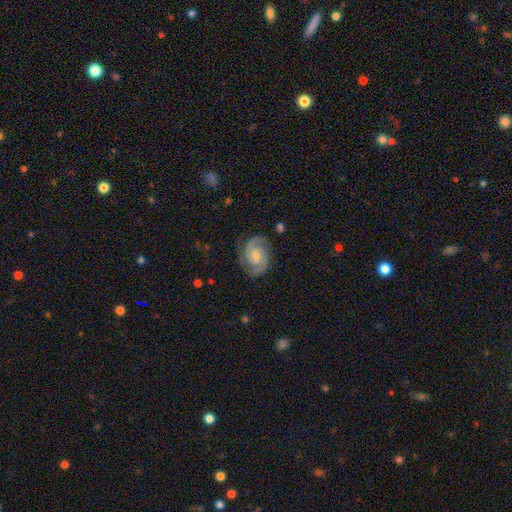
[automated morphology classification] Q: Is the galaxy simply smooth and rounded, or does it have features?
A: featured or disk — 83%.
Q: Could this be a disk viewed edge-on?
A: no — 98%.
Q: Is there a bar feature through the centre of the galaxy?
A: no — 53%.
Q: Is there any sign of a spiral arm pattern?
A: yes — 97%.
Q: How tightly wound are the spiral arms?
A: medium — 50%.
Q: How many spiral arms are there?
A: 2 — 87%.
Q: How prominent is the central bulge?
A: small — 54%.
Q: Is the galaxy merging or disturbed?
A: none — 79%.